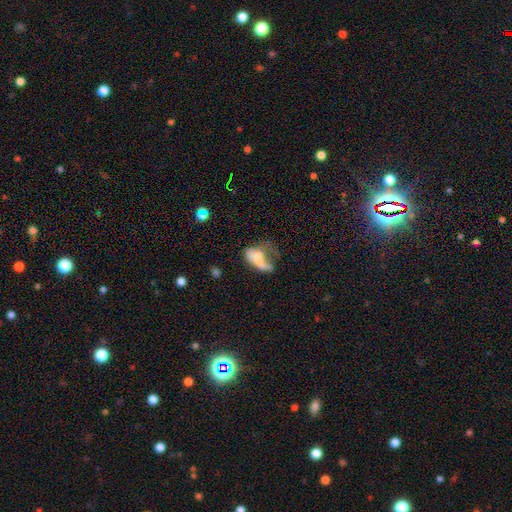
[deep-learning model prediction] This is marginally a star or artifact rather than a galaxy (43%).